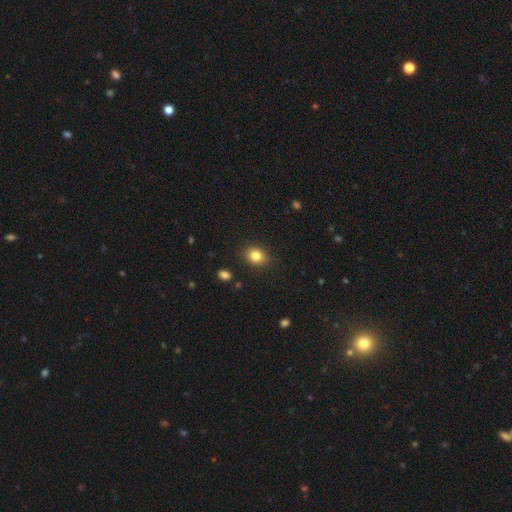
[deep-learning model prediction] Smooth or featured?
  - smooth: 82% *
  - star or artifact: 11%
  - featured or disk: 7%
How rounded?
  - in between: 51% *
  - round: 48%
  - cigar-shaped: 1%
Merging?
  - none: 88% *
  - minor disturbance: 8%
  - major disturbance: 2%
  - merger: 1%